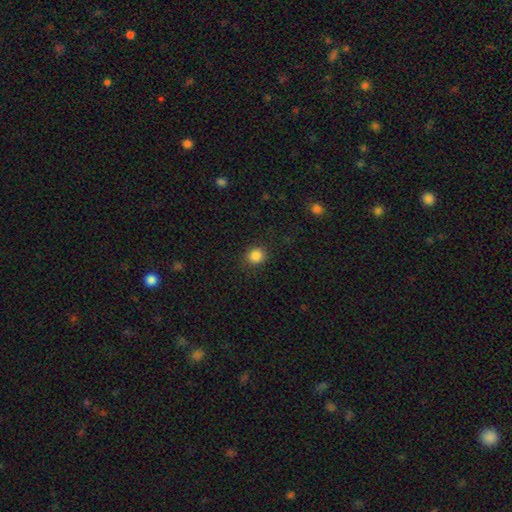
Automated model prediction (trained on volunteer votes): Smooth or featured: smooth — 85% (star or artifact — 11%)
How rounded: round — 85% (in between — 14%)
Merging: none — 88% (minor disturbance — 8%)